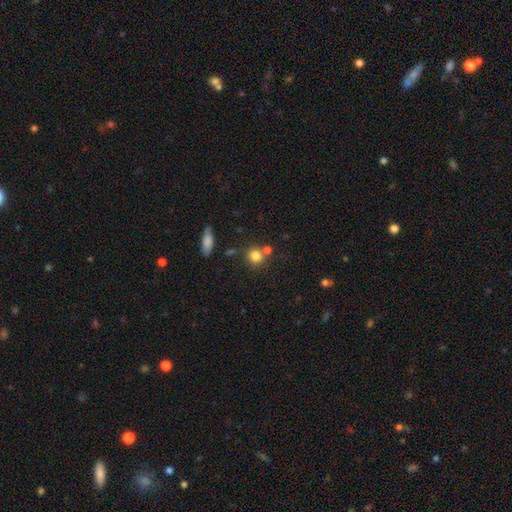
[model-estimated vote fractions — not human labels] Smooth or featured: smooth — 81% (star or artifact — 11%)
How rounded: round — 87% (in between — 12%)
Merging: none — 63% (merger — 24%)